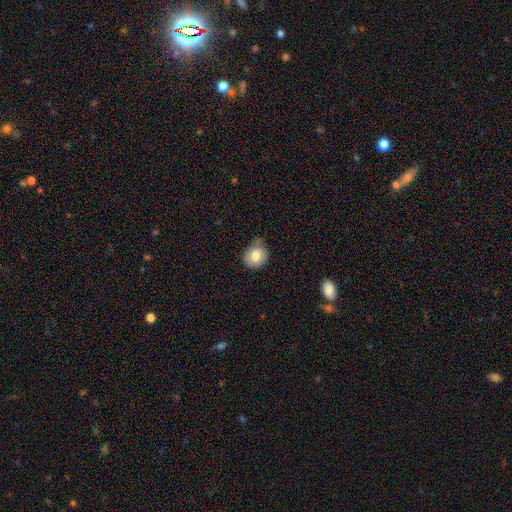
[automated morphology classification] A smooth galaxy with no disk features (78%) that is round (70%). Merging: none (55%).